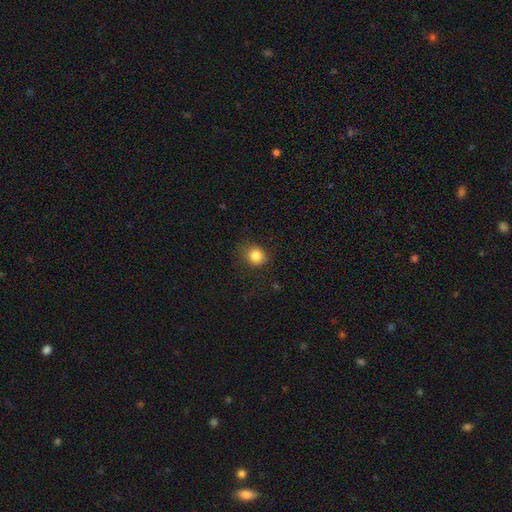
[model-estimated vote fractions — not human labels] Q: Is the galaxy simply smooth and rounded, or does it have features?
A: smooth — 83%.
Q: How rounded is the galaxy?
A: round — 77%.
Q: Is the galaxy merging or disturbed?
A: none — 80%.